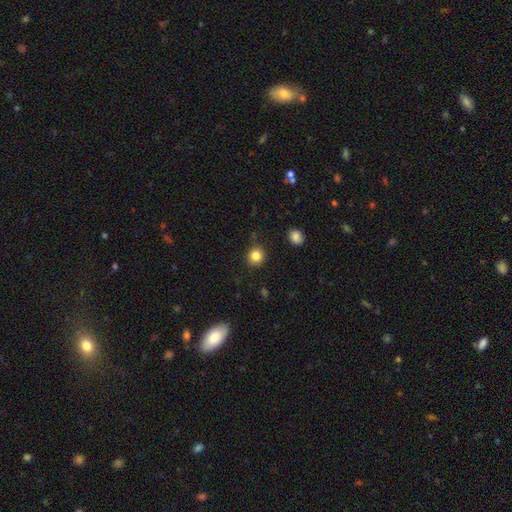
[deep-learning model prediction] Morphology: type=smooth (84%); roundness=round (91%); merging=none (89%).